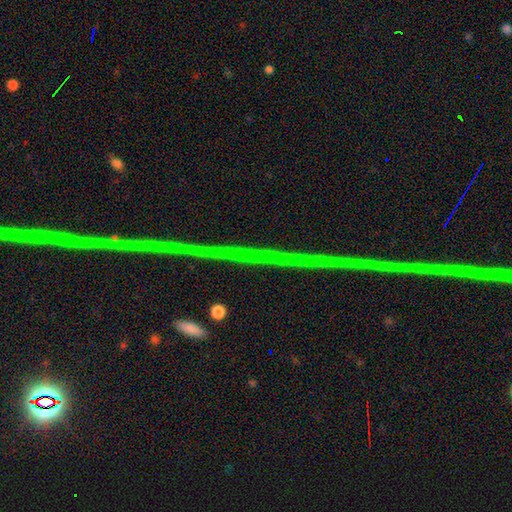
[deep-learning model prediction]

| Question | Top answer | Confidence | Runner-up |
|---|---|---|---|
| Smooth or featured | star or artifact | 88% | featured or disk (7%) |